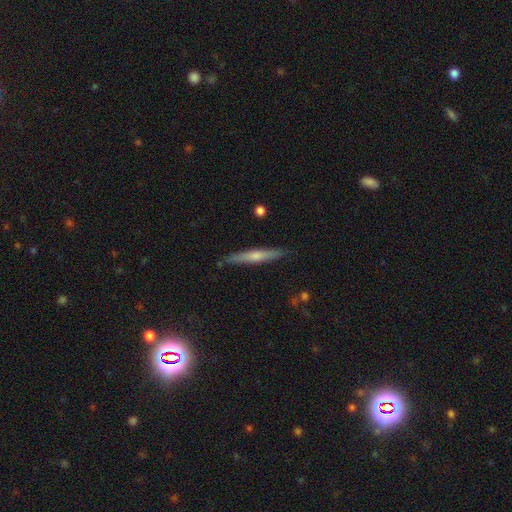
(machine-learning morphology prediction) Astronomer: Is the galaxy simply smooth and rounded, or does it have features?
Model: featured or disk — 52% (runner-up: smooth, 42%).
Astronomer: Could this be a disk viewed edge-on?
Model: yes — 95%.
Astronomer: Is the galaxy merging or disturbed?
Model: none — 88%.